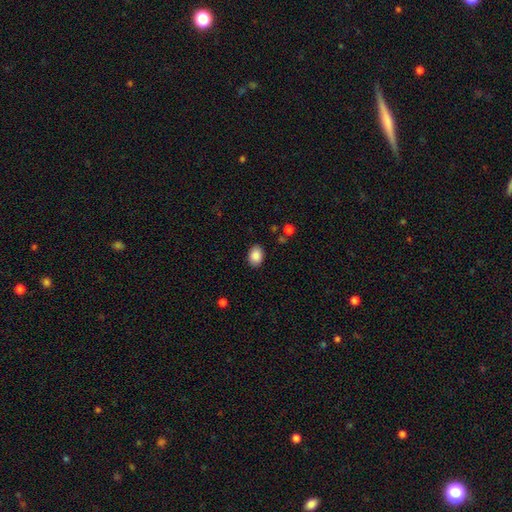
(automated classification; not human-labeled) A smooth galaxy with no disk features (88%) that is in between round and cigar-shaped (74%). Merging: none (87%).